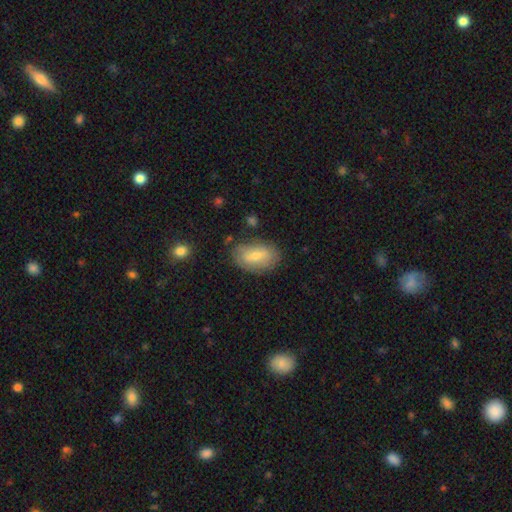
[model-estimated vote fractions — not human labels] Morphology: type=smooth (64%); roundness=in between (91%); merging=none (74%).